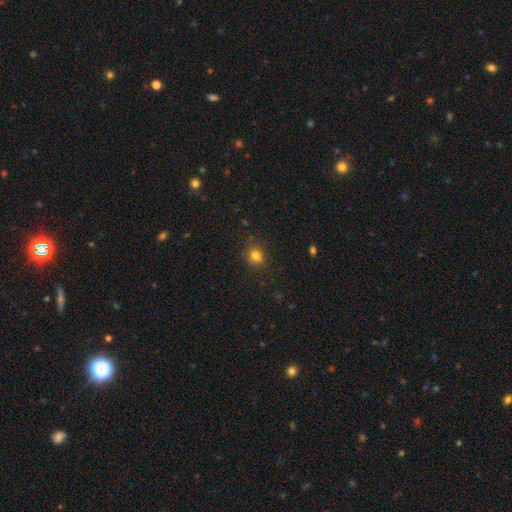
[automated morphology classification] A smooth galaxy with no disk features (81%) that is round (80%). Merging: none (83%).